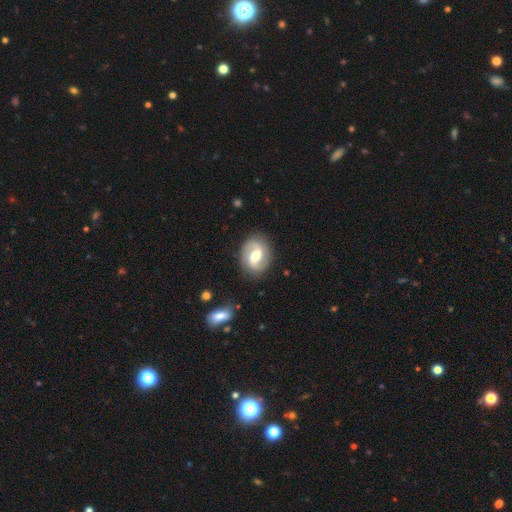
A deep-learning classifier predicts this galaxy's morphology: The model was most divided on "spiral winding": medium: 42%, loose: 37%, tight: 20%. Remaining: edge-on disk — no (97%); spiral arm count — 2 (87%); spiral arms — yes (84%); merging — none (83%); bulge size — moderate (70%); smooth or featured — featured or disk (69%); bar — weak (50%).